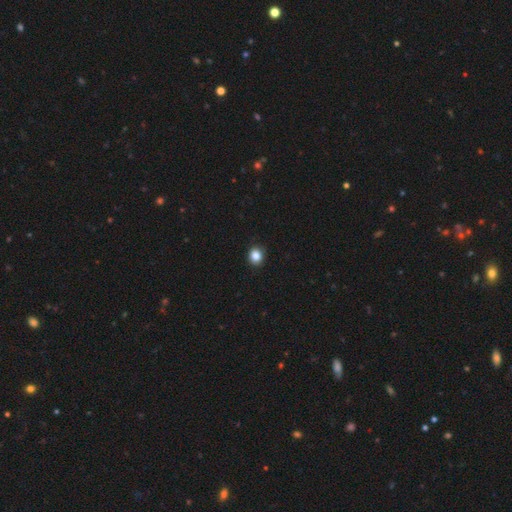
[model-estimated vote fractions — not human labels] smooth-or-featured: smooth: 85% | star or artifact: 11% | featured or disk: 4%
  how-rounded: round: 79% | in between: 20% | cigar-shaped: 1%
  merging: none: 90% | minor disturbance: 8% | major disturbance: 2% | merger: 1%